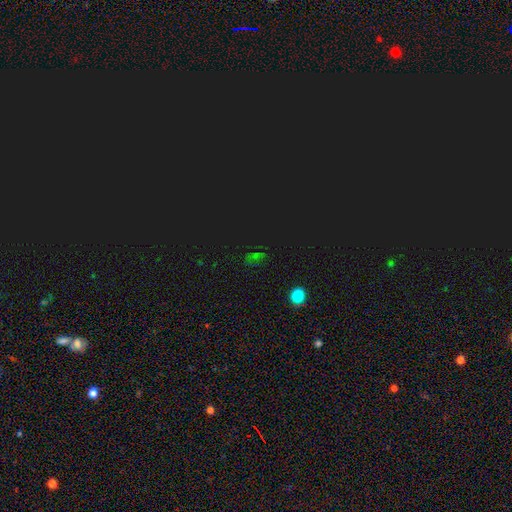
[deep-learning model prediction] Smooth or featured?
  - star or artifact: 70% *
  - smooth: 22%
  - featured or disk: 8%